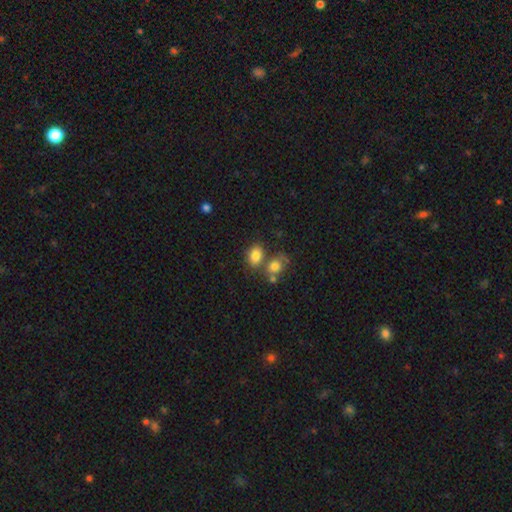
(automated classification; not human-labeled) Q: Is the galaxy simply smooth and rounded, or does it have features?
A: smooth — 82%.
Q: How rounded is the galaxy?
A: in between — 74%.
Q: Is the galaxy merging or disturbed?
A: none — 57%.